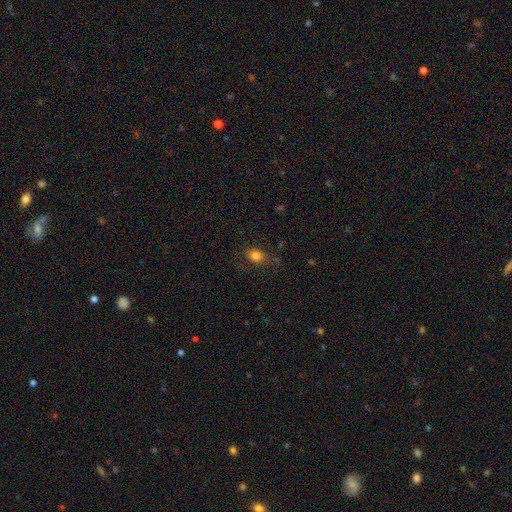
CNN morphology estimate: A smooth galaxy with no disk features (80%) that is in between round and cigar-shaped (61%). Merging: none (74%).